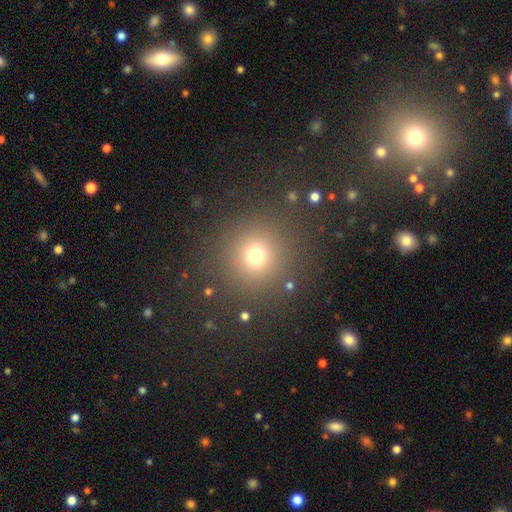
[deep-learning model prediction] Overall: smooth (72%). How rounded: round (93%). Merging: none (86%).